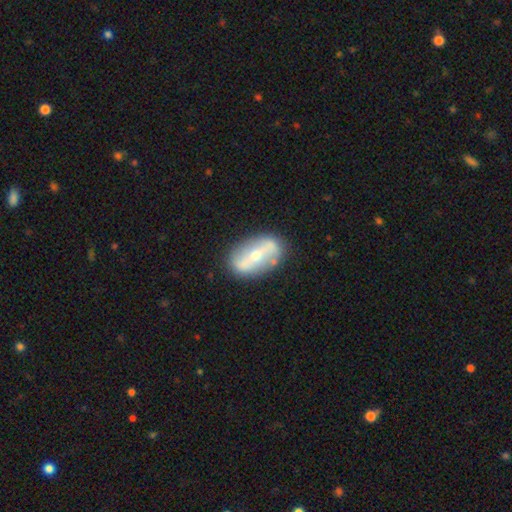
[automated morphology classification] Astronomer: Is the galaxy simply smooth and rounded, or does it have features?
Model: featured or disk — 71%.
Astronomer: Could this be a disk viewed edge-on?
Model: no — 86%.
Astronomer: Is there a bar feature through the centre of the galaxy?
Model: strong — 62%.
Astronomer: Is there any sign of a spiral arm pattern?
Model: yes — 50%, tied with no at 50%.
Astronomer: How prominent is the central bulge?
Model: moderate — 52% (runner-up: small, 44%).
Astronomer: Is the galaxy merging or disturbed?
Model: none — 83%.